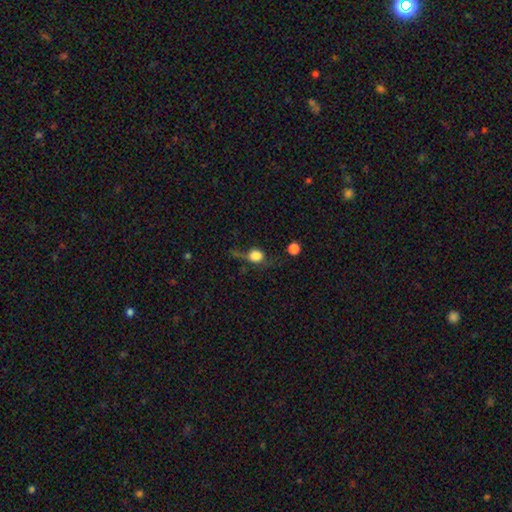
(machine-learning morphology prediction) A smooth galaxy with no disk features (75%) that is round (75%).

Vote fractions:
- Smooth or featured? smooth: 75% / featured or disk: 14% / star or artifact: 11%
- How rounded? round: 75% / in between: 23% / cigar-shaped: 2%
- Merging? none: 44% / minor disturbance: 26% / major disturbance: 24% / merger: 7%